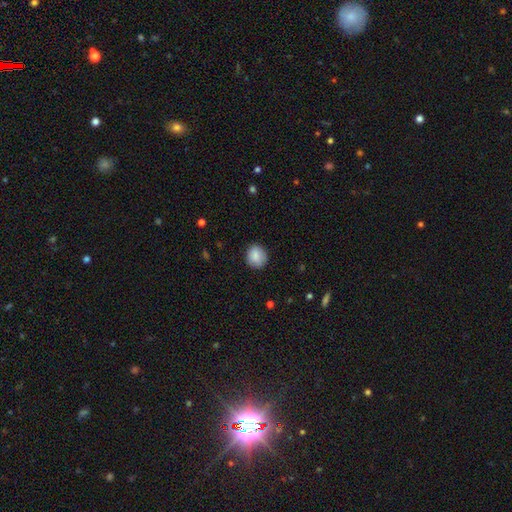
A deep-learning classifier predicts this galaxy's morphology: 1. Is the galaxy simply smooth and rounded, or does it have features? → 87% smooth, 8% star or artifact, 5% featured or disk.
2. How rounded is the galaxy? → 85% round, 14% in between, 1% cigar-shaped.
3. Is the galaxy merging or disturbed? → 87% none, 10% minor disturbance, 2% major disturbance, 1% merger.